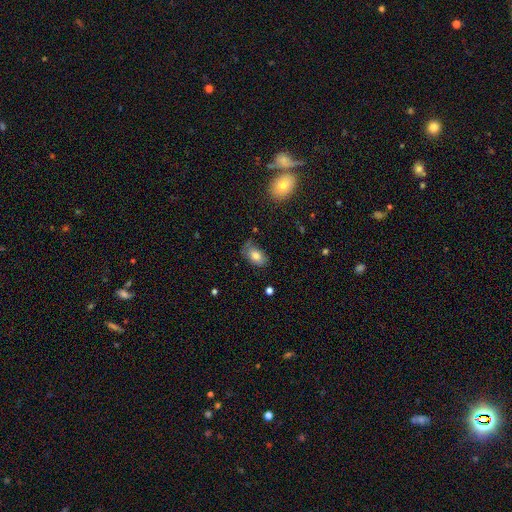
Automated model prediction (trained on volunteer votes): smooth 76%, featured or disk 15%, star or artifact 9%. Down the decision tree: how rounded — in between (87%); merging — none (64%).